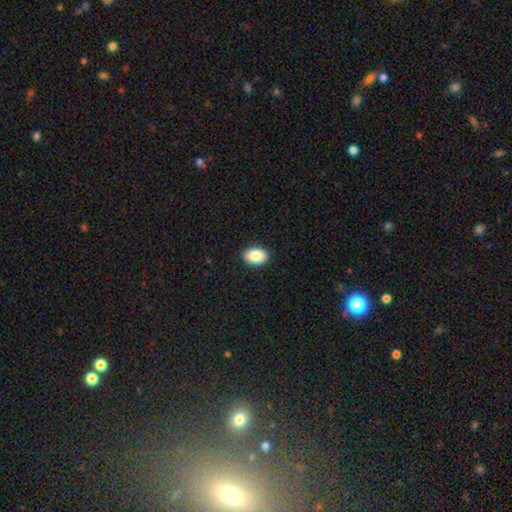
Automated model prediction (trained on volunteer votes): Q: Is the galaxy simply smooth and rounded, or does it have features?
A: smooth — 87%.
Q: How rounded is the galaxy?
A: in between — 86%.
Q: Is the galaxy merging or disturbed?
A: none — 90%.